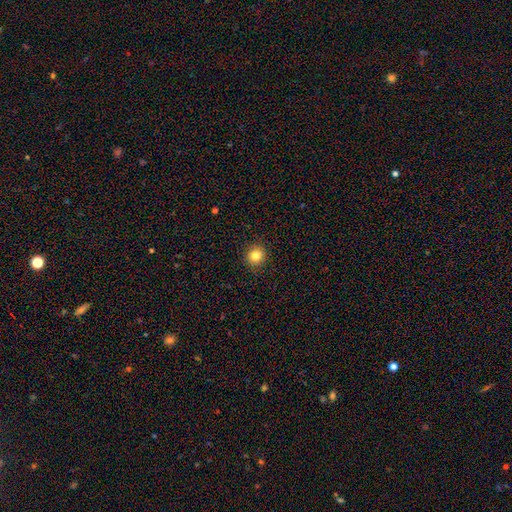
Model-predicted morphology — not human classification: Overall: smooth (83%). How rounded: round (91%). Merging: none (92%).